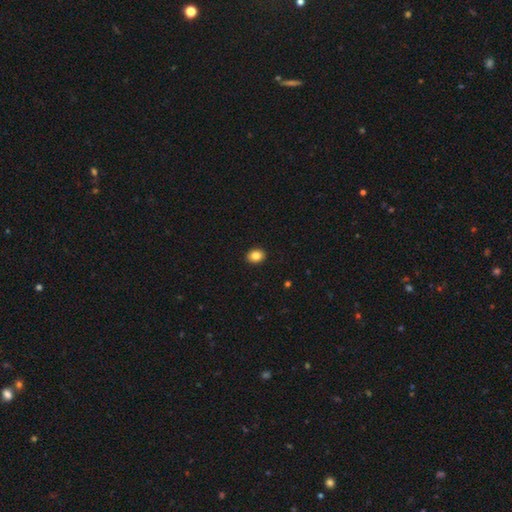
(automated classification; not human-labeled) Smooth or featured? Predicted: smooth (p=0.84). How rounded? Predicted: in between (p=0.50). Merging? Predicted: none (p=0.92).